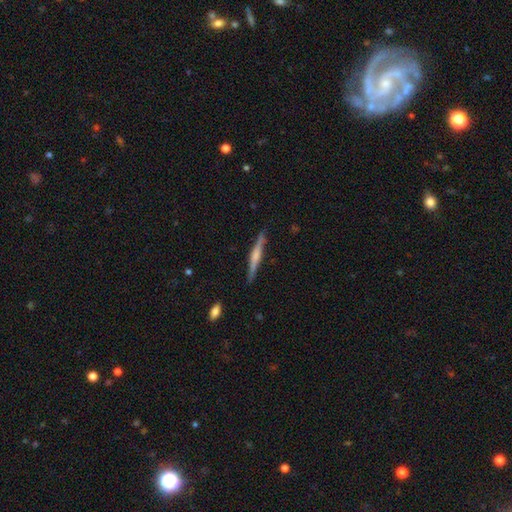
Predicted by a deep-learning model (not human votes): The model was most divided on "edge-on bulge": rounded: 62%, boxy: 24%, none: 14%. More confident: edge-on disk — yes (98%); merging — none (88%); smooth or featured — featured or disk (67%).